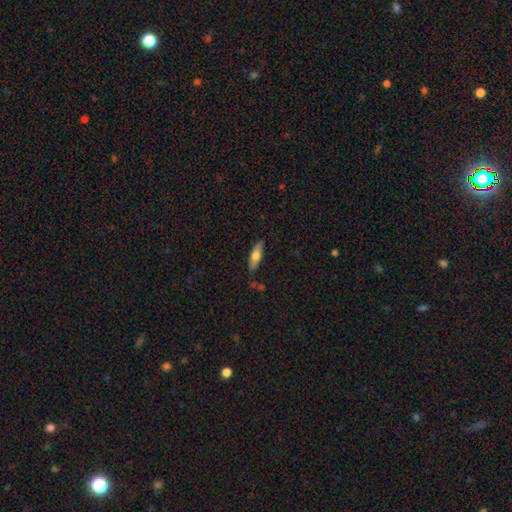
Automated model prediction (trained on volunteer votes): The model was most divided on "how rounded": in between: 53%, cigar-shaped: 44%, round: 2%. More confident: merging — none (82%); smooth or featured — smooth (64%).